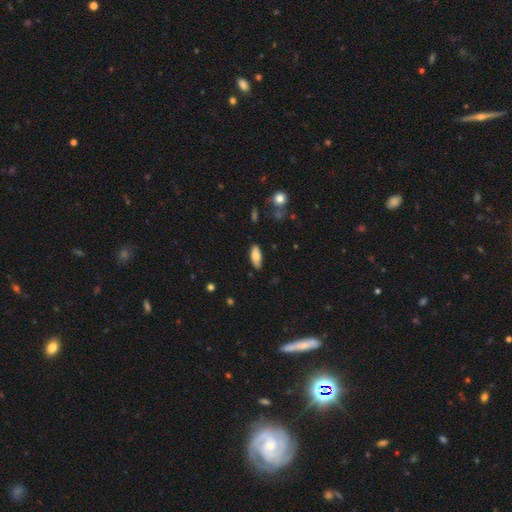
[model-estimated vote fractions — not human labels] Morphology: type=smooth (79%); roundness=in between (81%); merging=none (85%).